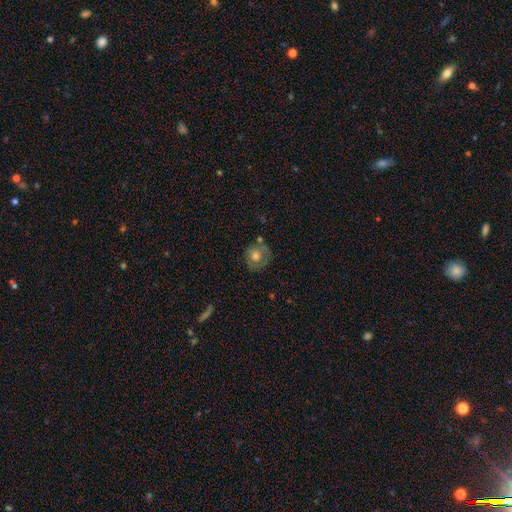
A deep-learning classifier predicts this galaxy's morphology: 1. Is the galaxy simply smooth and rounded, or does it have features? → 51% smooth, 40% featured or disk, 9% star or artifact.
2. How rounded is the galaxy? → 83% round, 16% in between, 1% cigar-shaped.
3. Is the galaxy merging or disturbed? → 66% none, 20% minor disturbance, 8% major disturbance, 6% merger.